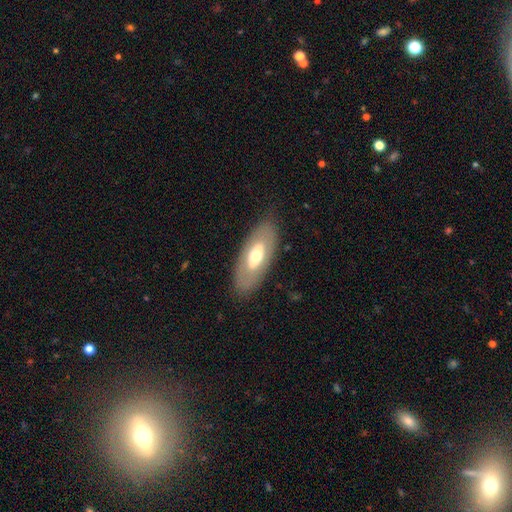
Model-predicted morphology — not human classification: type=smooth (49%); merging=none (82%).